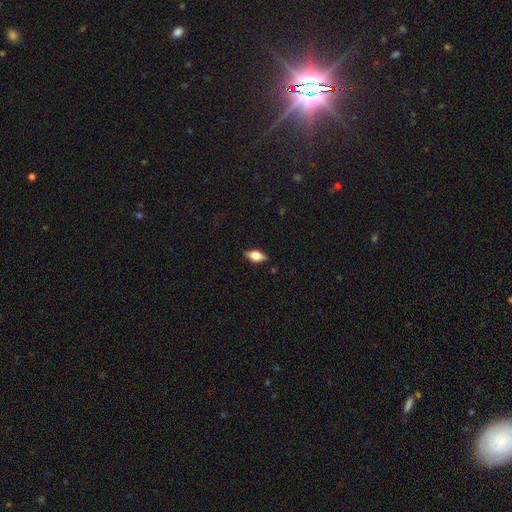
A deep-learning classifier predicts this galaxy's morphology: Smooth or featured: smooth — 67% (featured or disk — 25%)
How rounded: in between — 86% (cigar-shaped — 9%)
Merging: none — 85% (minor disturbance — 11%)